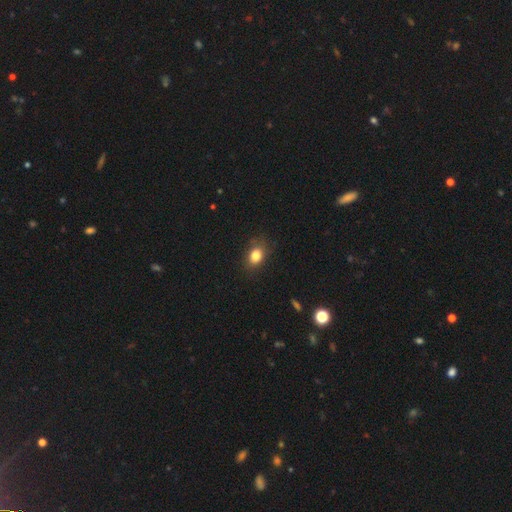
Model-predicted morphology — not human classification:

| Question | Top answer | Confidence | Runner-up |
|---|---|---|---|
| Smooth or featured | smooth | 82% | star or artifact (10%) |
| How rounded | in between | 69% | round (30%) |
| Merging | none | 77% | minor disturbance (17%) |